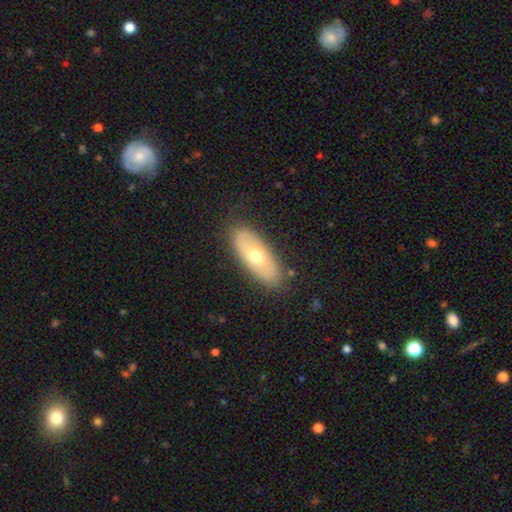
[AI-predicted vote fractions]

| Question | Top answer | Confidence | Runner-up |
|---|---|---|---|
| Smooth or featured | smooth | 55% | featured or disk (39%) |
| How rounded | in between | 84% | cigar-shaped (13%) |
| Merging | none | 85% | minor disturbance (11%) |